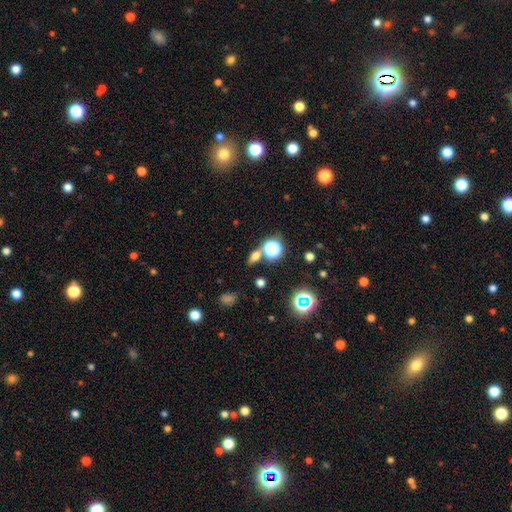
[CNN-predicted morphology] type=smooth (55%); roundness=in between (52%); merging=none (71%).